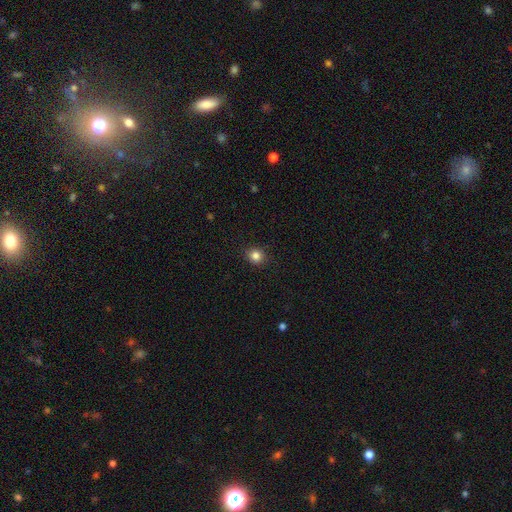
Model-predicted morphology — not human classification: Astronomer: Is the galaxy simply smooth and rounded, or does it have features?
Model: smooth — 84%.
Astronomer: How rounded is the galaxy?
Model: round — 79%.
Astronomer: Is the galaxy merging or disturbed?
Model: none — 90%.